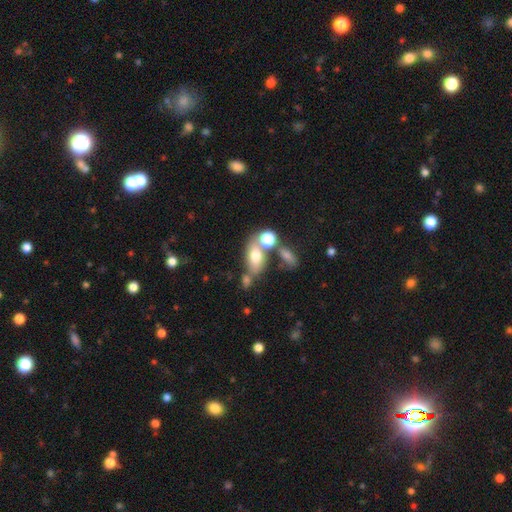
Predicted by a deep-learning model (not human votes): Smooth or featured?
  - smooth: 66% *
  - featured or disk: 22%
  - star or artifact: 12%
How rounded?
  - in between: 80% *
  - round: 15%
  - cigar-shaped: 5%
Merging?
  - none: 45% *
  - merger: 34%
  - minor disturbance: 14%
  - major disturbance: 7%